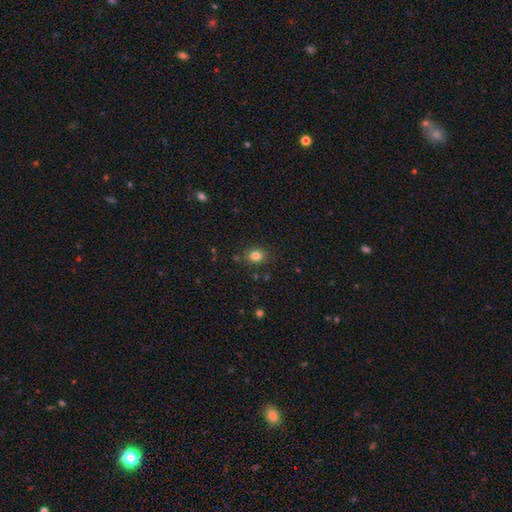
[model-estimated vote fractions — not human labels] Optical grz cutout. It shows a smooth galaxy with no disk features (81%) that is round (58%). Merging: none (85%).